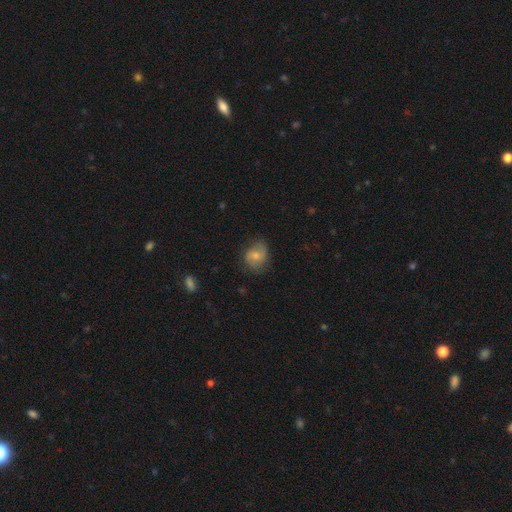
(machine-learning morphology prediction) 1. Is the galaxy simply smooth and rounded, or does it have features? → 59% smooth, 32% featured or disk, 8% star or artifact.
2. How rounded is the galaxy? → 55% round, 44% in between, 1% cigar-shaped.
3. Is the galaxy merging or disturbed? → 64% none, 25% minor disturbance, 9% major disturbance, 1% merger.